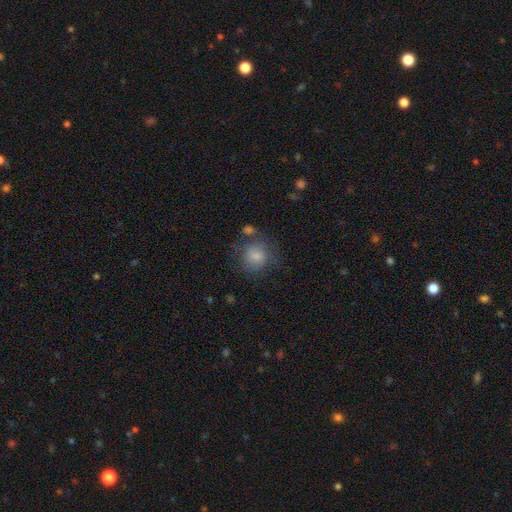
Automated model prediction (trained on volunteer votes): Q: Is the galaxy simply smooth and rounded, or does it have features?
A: smooth — 79%.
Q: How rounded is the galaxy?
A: round — 81%.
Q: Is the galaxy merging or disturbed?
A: none — 61%.